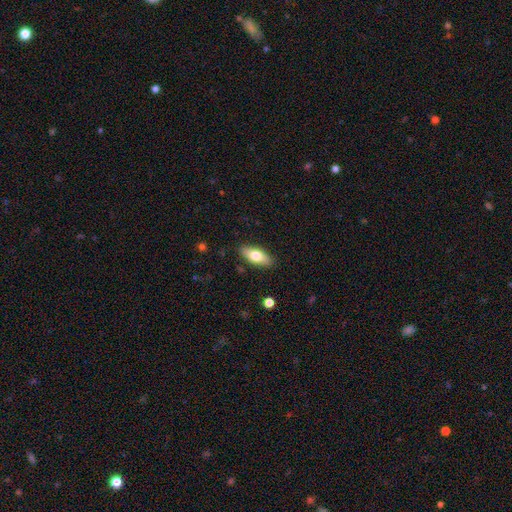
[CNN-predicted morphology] smooth 72%, featured or disk 22%, star or artifact 6%. Down the decision tree: how rounded — in between (78%); merging — none (87%).